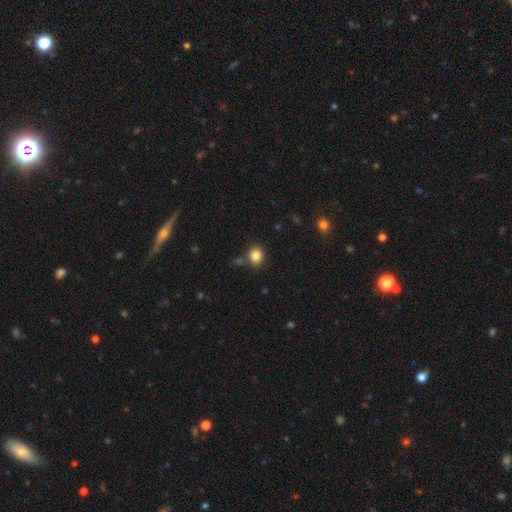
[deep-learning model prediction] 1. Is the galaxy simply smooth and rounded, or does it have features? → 84% smooth, 11% star or artifact, 5% featured or disk.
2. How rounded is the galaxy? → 64% round, 35% in between, 1% cigar-shaped.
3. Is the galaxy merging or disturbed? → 79% none, 11% minor disturbance, 6% merger, 3% major disturbance.